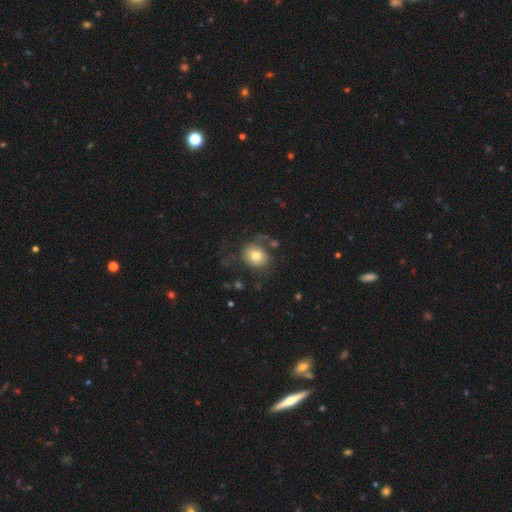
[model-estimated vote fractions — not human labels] A smooth galaxy with no disk features (75%) that is round (62%).

Vote fractions:
- Smooth or featured? smooth: 75% / featured or disk: 15% / star or artifact: 9%
- How rounded? round: 62% / in between: 37% / cigar-shaped: 1%
- Merging? none: 59% / minor disturbance: 20% / major disturbance: 17% / merger: 5%